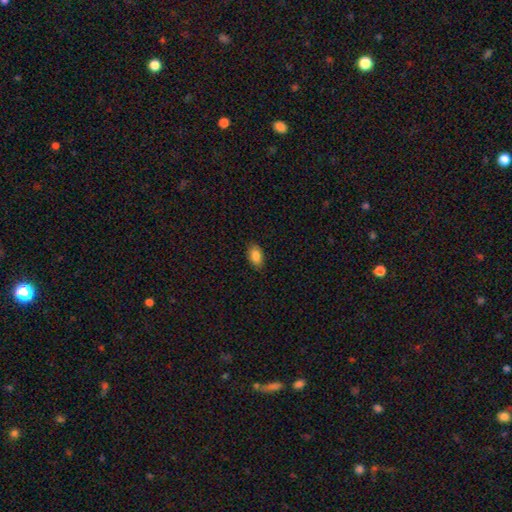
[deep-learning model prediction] Smooth or featured? smooth (86%)
How rounded? in between (90%)
Merging? none (86%)